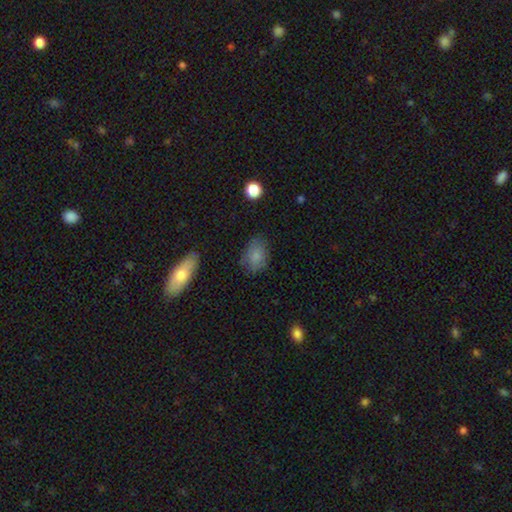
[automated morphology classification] Smooth or featured? smooth (81%)
How rounded? in between (73%)
Merging? none (72%)